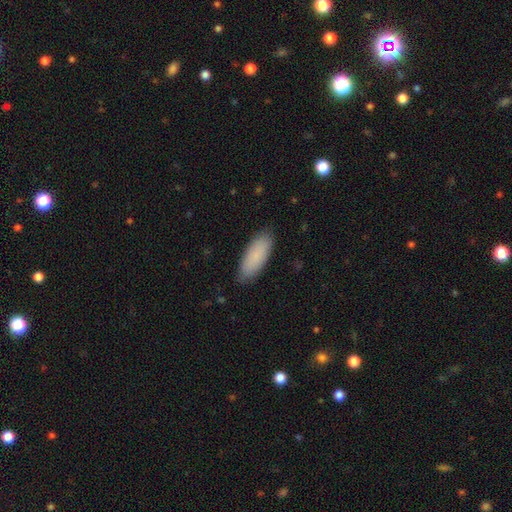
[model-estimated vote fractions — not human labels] Overall: smooth (87%). How rounded: in between (72%). Merging: none (86%).